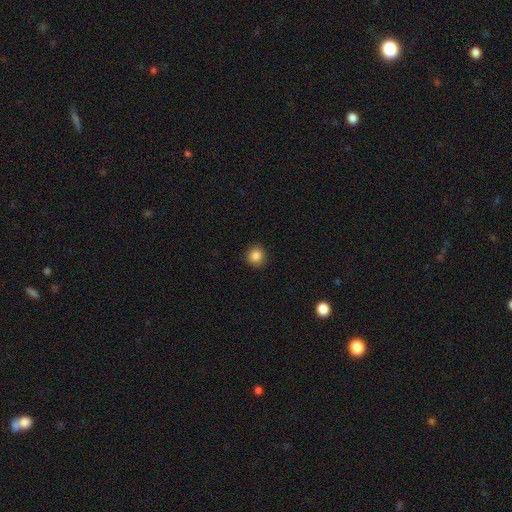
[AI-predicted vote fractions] smooth-or-featured: smooth: 87% | star or artifact: 10% | featured or disk: 4%
  how-rounded: round: 92% | in between: 7% | cigar-shaped: 1%
  merging: none: 91% | minor disturbance: 6% | major disturbance: 2% | merger: 1%